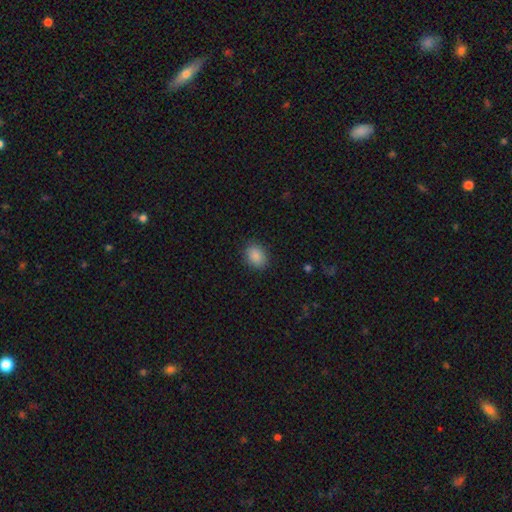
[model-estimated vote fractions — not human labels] A smooth galaxy with no disk features (87%) that is in between round and cigar-shaped (53%).

Vote fractions:
- Smooth or featured? smooth: 87% / star or artifact: 9% / featured or disk: 4%
- How rounded? in between: 53% / round: 47% / cigar-shaped: 1%
- Merging? none: 87% / minor disturbance: 9% / major disturbance: 3% / merger: 1%